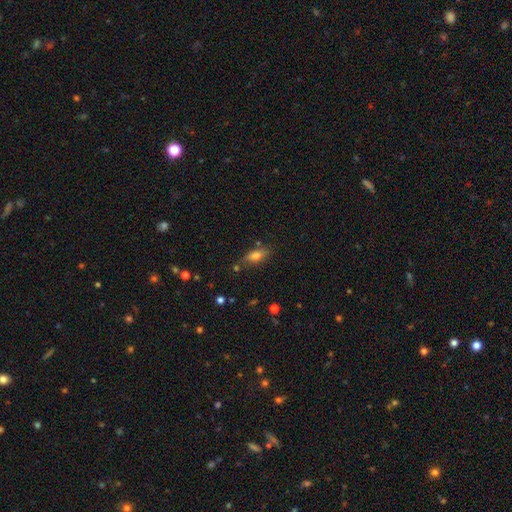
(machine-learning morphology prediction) Smooth or featured? smooth (71%)
How rounded? in between (72%)
Merging? none (76%)